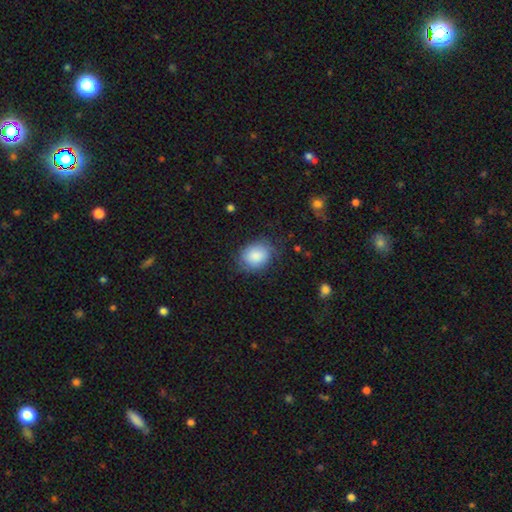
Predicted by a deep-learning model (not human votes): Smooth or featured? smooth (83%)
How rounded? in between (51%)
Merging? none (70%)